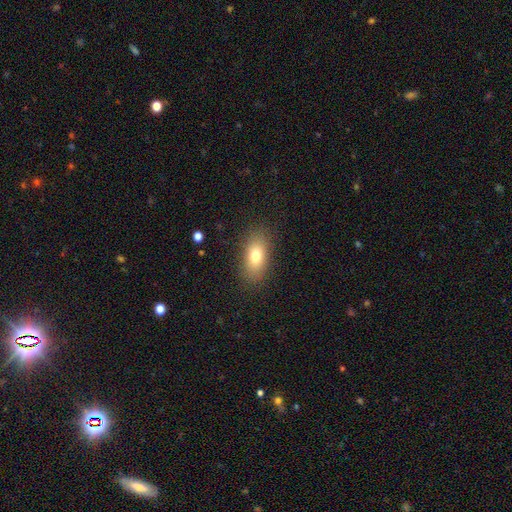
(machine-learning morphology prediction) smooth-or-featured: smooth: 75% | featured or disk: 15% | star or artifact: 10%
  how-rounded: in between: 84% | cigar-shaped: 8% | round: 8%
  merging: none: 85% | minor disturbance: 10% | major disturbance: 4% | merger: 1%